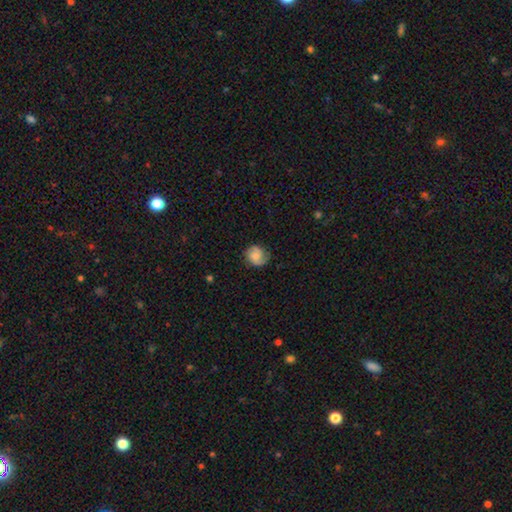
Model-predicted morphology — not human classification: Smooth or featured?
  - smooth: 57% *
  - featured or disk: 35%
  - star or artifact: 8%
How rounded?
  - round: 78% *
  - in between: 21%
  - cigar-shaped: 1%
Merging?
  - none: 70% *
  - minor disturbance: 22%
  - major disturbance: 7%
  - merger: 1%